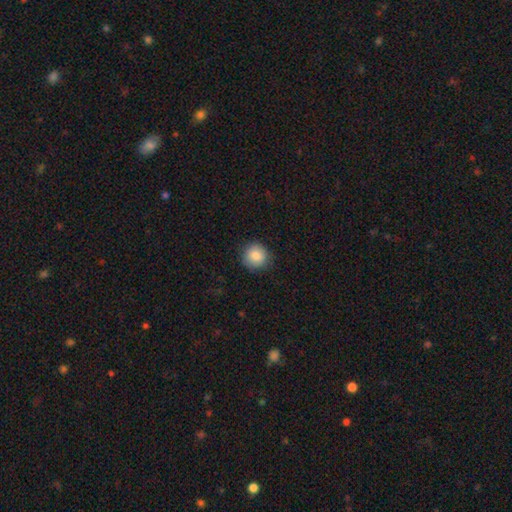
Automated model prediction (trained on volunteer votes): Morphology: type=smooth (87%); roundness=round (91%); merging=none (88%).